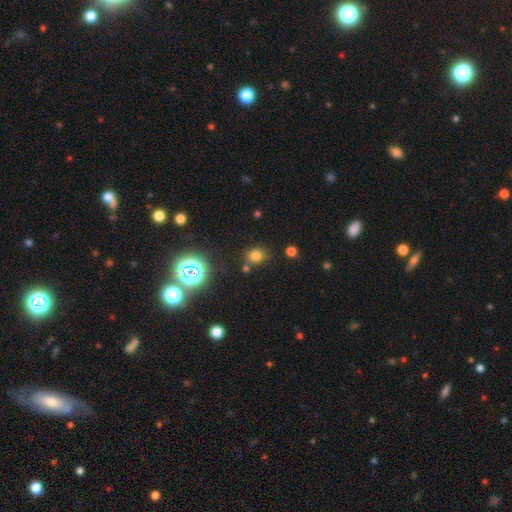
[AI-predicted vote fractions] The model was most divided on "how rounded": round: 67%, in between: 32%, cigar-shaped: 1%. More confident: merging — none (74%); smooth or featured — smooth (70%).